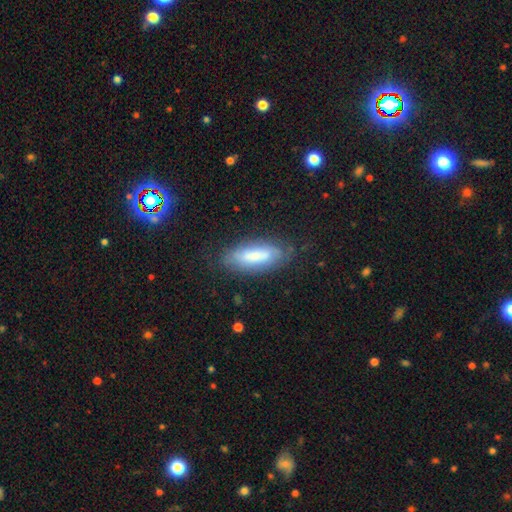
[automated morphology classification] Smooth or featured? smooth (59%)
How rounded? in between (67%)
Merging? none (74%)